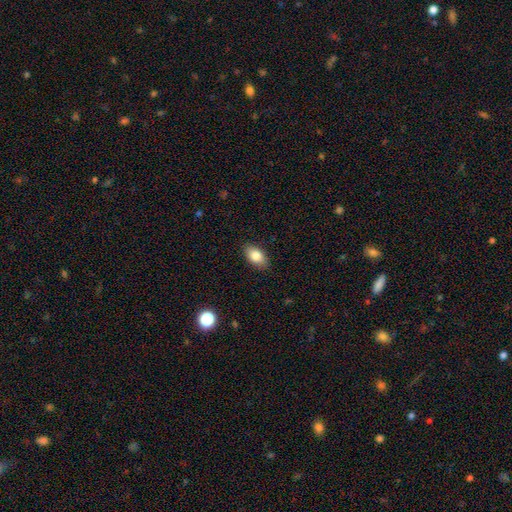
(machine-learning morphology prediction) Smooth or featured? smooth (83%)
How rounded? in between (91%)
Merging? none (88%)